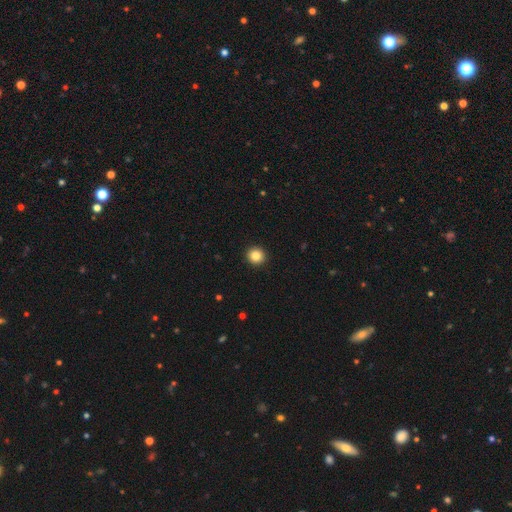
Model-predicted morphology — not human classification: A smooth galaxy with no disk features (86%) that is round (93%). Merging: none (93%).